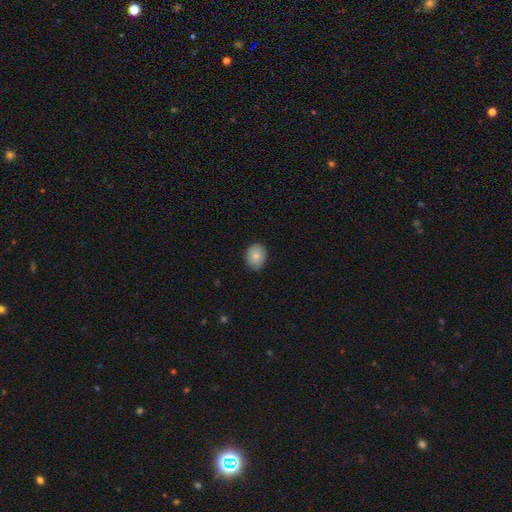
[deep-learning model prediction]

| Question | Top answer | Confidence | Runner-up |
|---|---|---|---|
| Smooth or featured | smooth | 84% | featured or disk (8%) |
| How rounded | in between | 55% | round (44%) |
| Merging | none | 82% | minor disturbance (15%) |